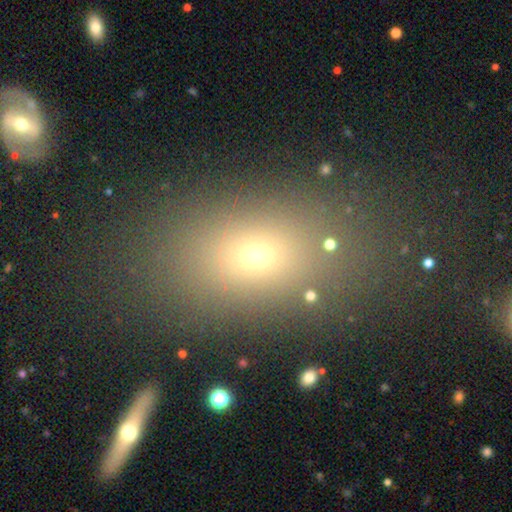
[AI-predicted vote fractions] Overall: smooth (65%). How rounded: in between (80%). Merging: none (75%).